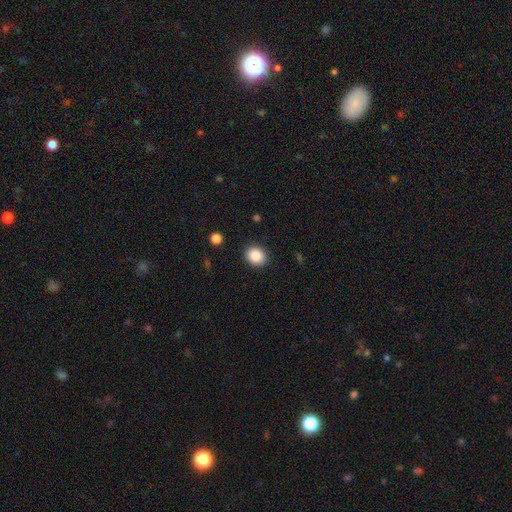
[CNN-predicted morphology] A smooth galaxy with no disk features (88%) that is round (72%).

Vote fractions:
- Smooth or featured? smooth: 88% / star or artifact: 9% / featured or disk: 3%
- How rounded? round: 72% / in between: 27% / cigar-shaped: 1%
- Merging? none: 90% / minor disturbance: 7% / major disturbance: 2% / merger: 1%